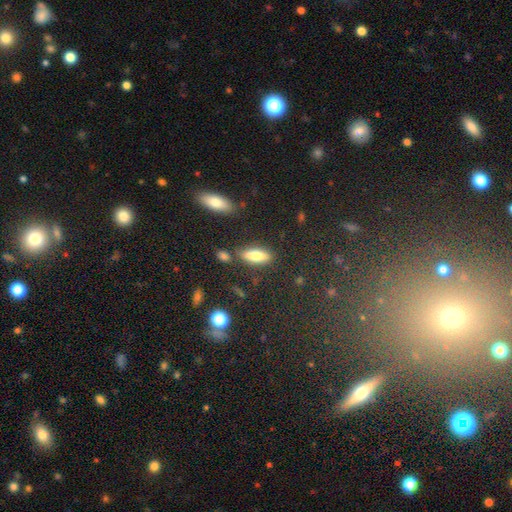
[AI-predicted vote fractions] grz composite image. It shows a smooth galaxy with no disk features (75%) that is in between round and cigar-shaped (61%). Merging: none (78%).